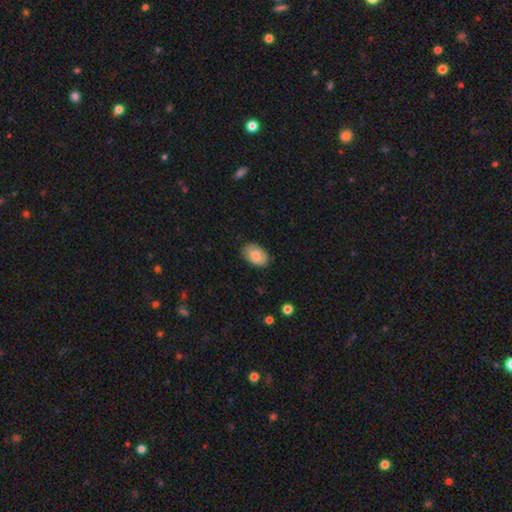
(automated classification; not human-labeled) The model was most divided on "smooth or featured": smooth: 76%, featured or disk: 17%, star or artifact: 7%. More confident: how rounded — in between (88%); merging — none (83%).